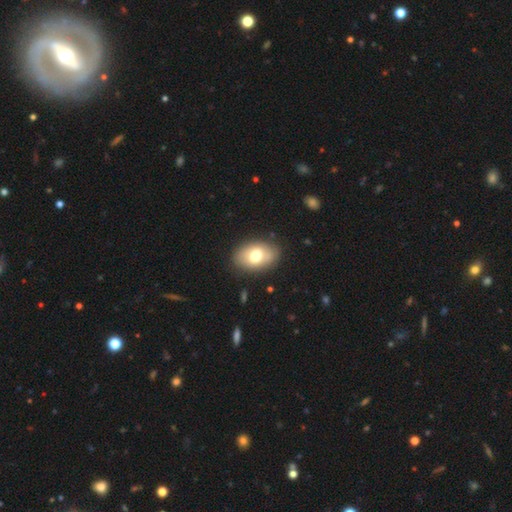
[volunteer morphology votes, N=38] smooth_or_featured: smooth (p=0.71) [alt: featured or disk p=0.24]
how_rounded: in between (p=0.85) [alt: round p=0.11]
merging: none (p=0.92) [alt: minor disturbance p=0.06]